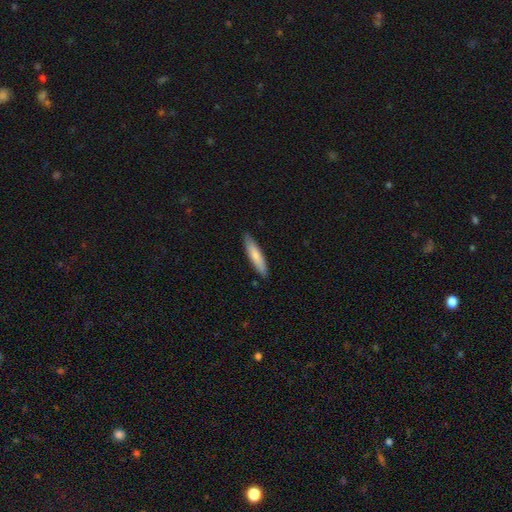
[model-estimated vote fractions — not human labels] Q: Smooth or featured?
A: smooth (76%); runner-up: featured or disk (19%)
Q: How rounded?
A: cigar-shaped (80%); runner-up: in between (19%)
Q: Merging?
A: none (86%); runner-up: minor disturbance (11%)